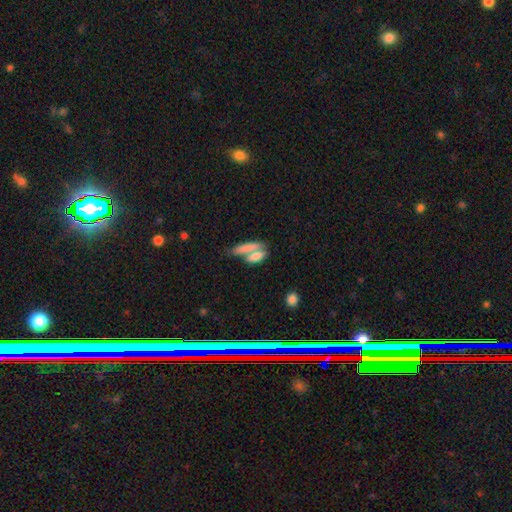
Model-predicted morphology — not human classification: Smooth or featured: smooth — 73% (featured or disk — 20%)
How rounded: in between — 53% (cigar-shaped — 41%)
Merging: merger — 53% (none — 33%)